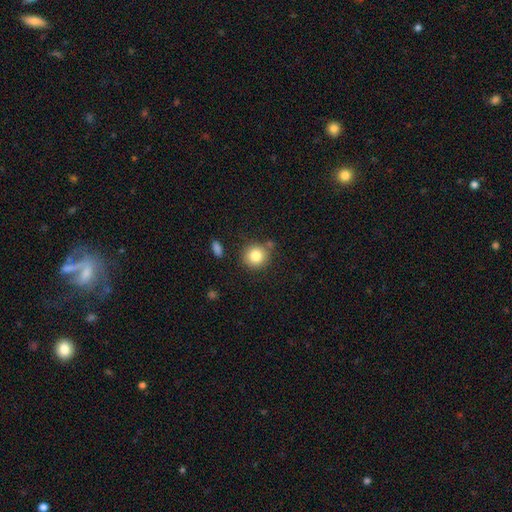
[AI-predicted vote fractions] smooth 83%, star or artifact 10%, featured or disk 8%. Down the decision tree: how rounded — round (90%); merging — none (78%).